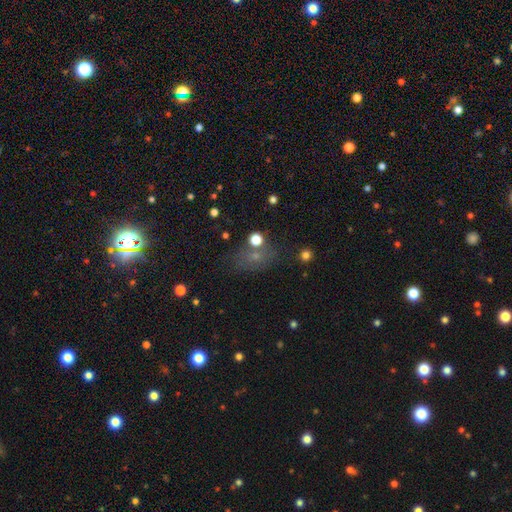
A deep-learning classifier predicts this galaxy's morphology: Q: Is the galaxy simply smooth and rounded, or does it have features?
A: smooth — 47%.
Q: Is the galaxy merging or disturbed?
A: none — 63%.